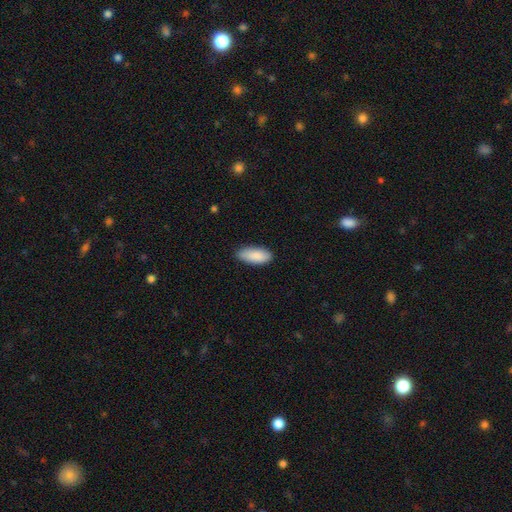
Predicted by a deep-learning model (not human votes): Smooth or featured: smooth — 90% (star or artifact — 6%)
How rounded: in between — 85% (cigar-shaped — 13%)
Merging: none — 85% (minor disturbance — 12%)